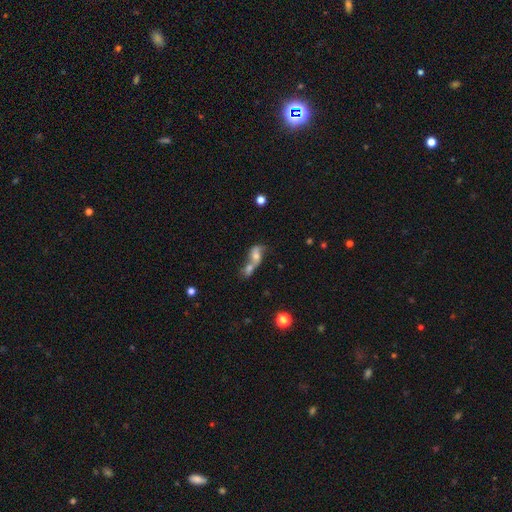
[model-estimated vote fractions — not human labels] smooth 46%, featured or disk 42%, star or artifact 13%. Down the decision tree: merging — merger (68%).